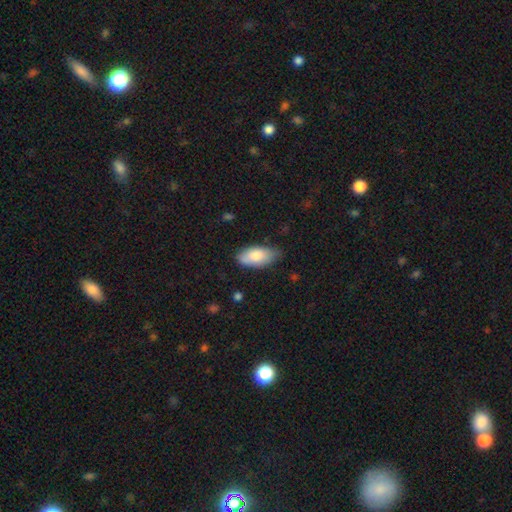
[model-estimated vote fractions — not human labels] This appears to be a smooth galaxy with no disk features (81%) that is in between round and cigar-shaped (91%). Merging: none (71%).